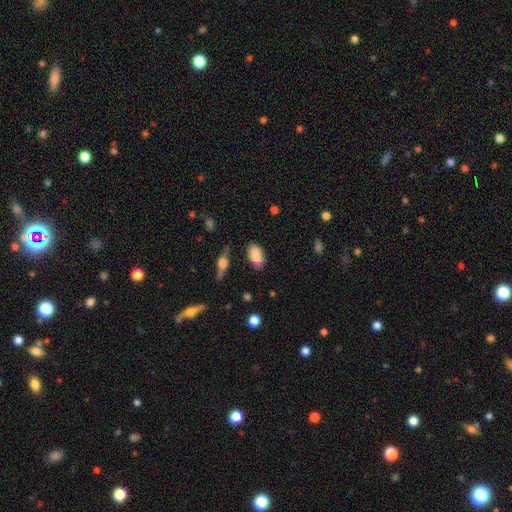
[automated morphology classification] The model was most divided on "merging": none: 79%, minor disturbance: 15%, major disturbance: 3%, merger: 2%. More confident: how rounded — in between (91%); smooth or featured — smooth (85%).